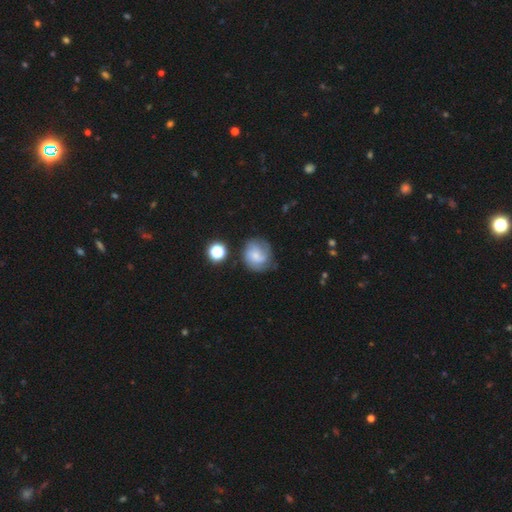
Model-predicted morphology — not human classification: Smooth or featured? featured or disk (51%)
Edge-on disk? no (97%)
Bar? no (56%)
Spiral arms? yes (85%)
Bulge size? small (47%)
Merging? none (61%)